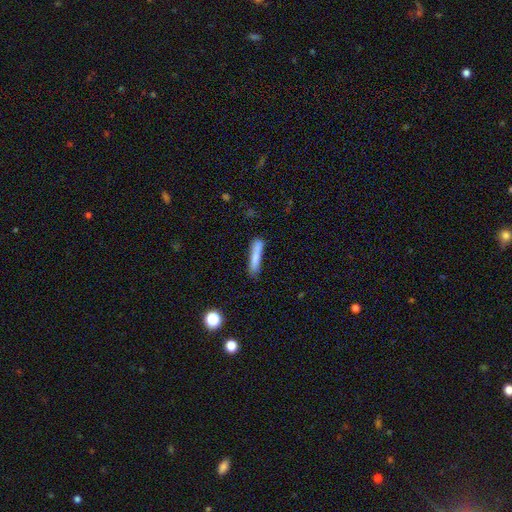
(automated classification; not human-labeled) This is likely a smooth galaxy (79%). How rounded: clearly cigar-shaped (90%). Merging: likely none (71%).